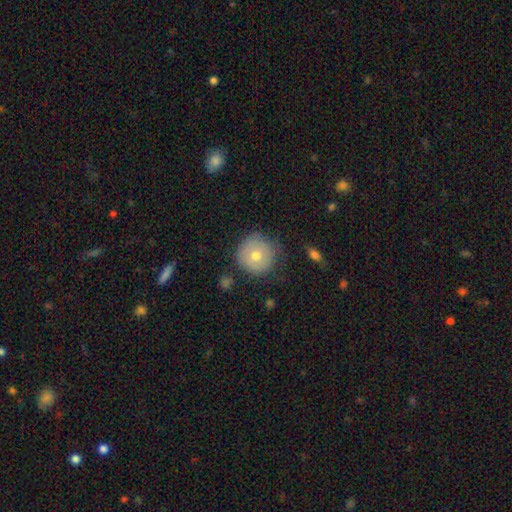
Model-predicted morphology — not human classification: The model was most divided on "smooth or featured": smooth: 67%, featured or disk: 24%, star or artifact: 9%. More confident: how rounded — round (95%); merging — none (78%).